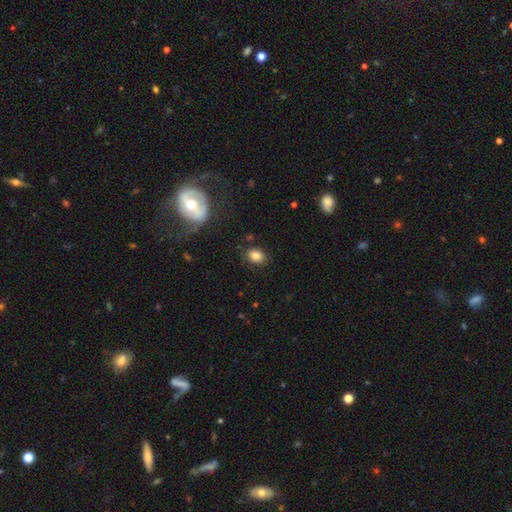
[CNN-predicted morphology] Q: Smooth or featured?
A: smooth (81%); runner-up: star or artifact (10%)
Q: How rounded?
A: in between (65%); runner-up: round (34%)
Q: Merging?
A: none (82%); runner-up: minor disturbance (13%)